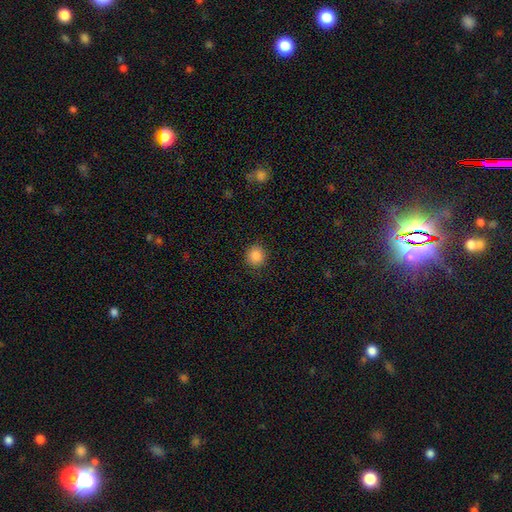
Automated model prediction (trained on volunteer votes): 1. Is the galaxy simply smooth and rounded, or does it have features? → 87% smooth, 10% star or artifact, 3% featured or disk.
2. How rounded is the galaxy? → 89% round, 10% in between, 1% cigar-shaped.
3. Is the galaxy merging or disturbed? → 89% none, 8% minor disturbance, 3% major disturbance, 1% merger.